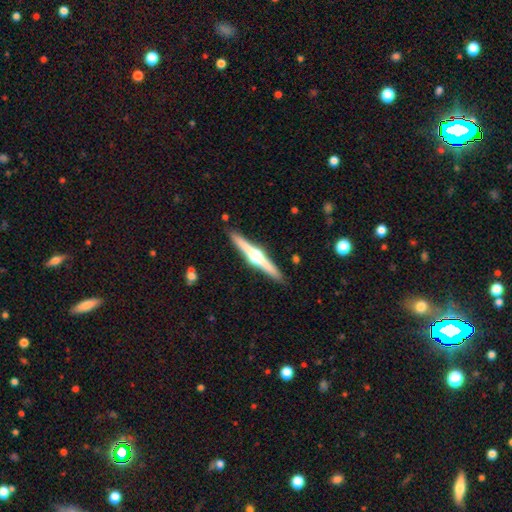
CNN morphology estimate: Smooth or featured?
  - featured or disk: 80% *
  - smooth: 15%
  - star or artifact: 5%
Edge-on disk?
  - yes: 98% *
  - no: 2%
Edge-on bulge?
  - rounded: 96% *
  - boxy: 3%
  - none: 2%
Merging?
  - none: 90% *
  - minor disturbance: 7%
  - merger: 1%
  - major disturbance: 1%